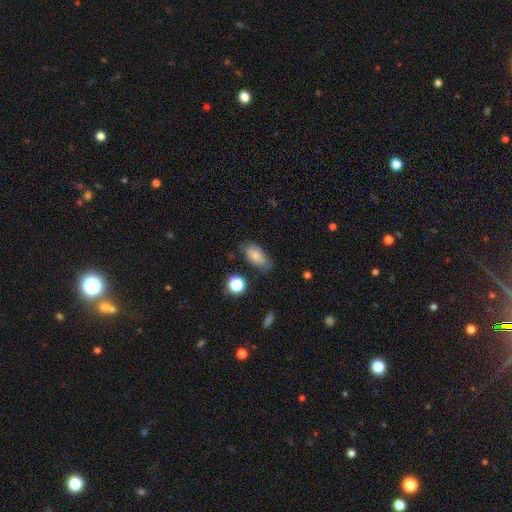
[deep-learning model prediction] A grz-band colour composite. It shows a smooth galaxy with no disk features (78%) that is in between round and cigar-shaped (89%). Merging: none (67%).